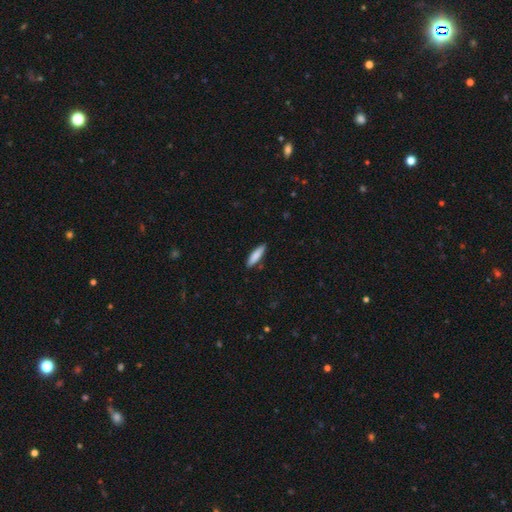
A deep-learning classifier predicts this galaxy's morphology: This appears to be a smooth galaxy with no disk features (84%) that is cigar-shaped (69%). Merging: none (86%).